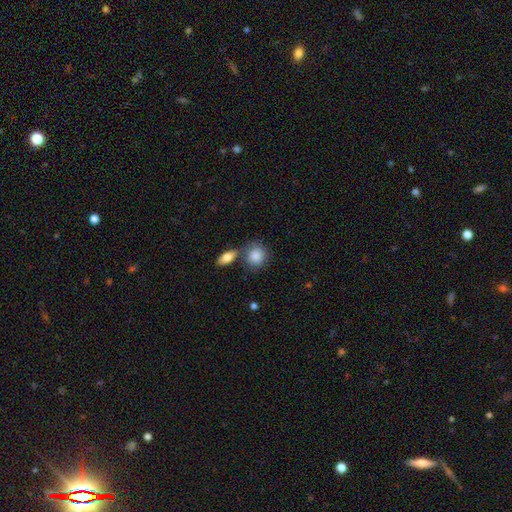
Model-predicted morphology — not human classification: This appears to be a smooth galaxy with no disk features (86%) that is round (71%). Merging: none (59%).